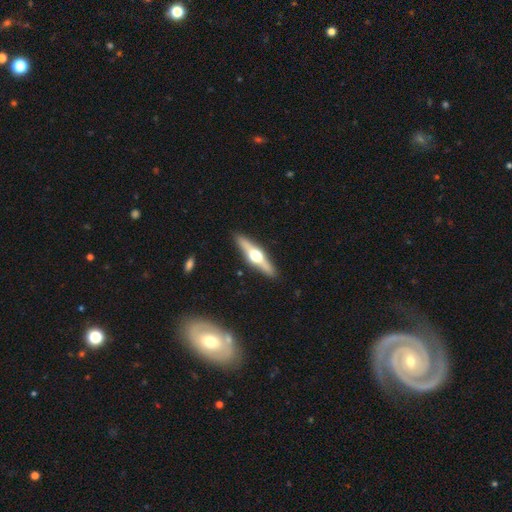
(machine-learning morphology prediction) smooth_or_featured: featured or disk (p=0.69) [alt: smooth p=0.25]
disk_edge_on: yes (p=0.96) [alt: no p=0.04]
edge_on_bulge: rounded (p=0.96) [alt: boxy p=0.03]
merging: none (p=0.90) [alt: minor disturbance p=0.07]